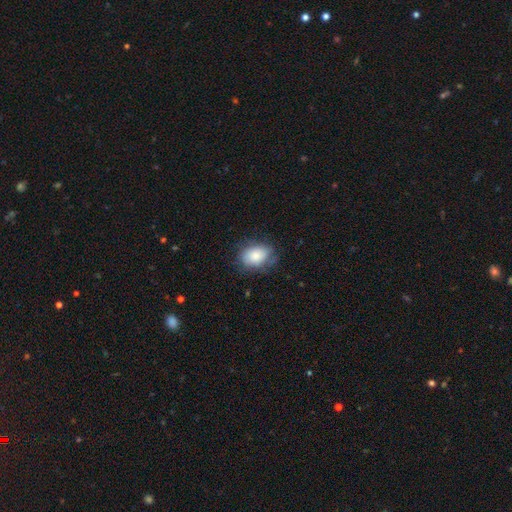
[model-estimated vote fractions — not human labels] smooth-or-featured: smooth: 76% | featured or disk: 16% | star or artifact: 8%
  how-rounded: in between: 73% | round: 25% | cigar-shaped: 1%
  merging: none: 66% | minor disturbance: 24% | major disturbance: 9% | merger: 1%